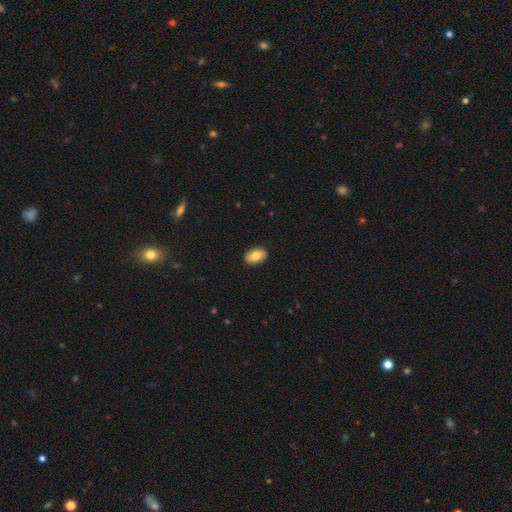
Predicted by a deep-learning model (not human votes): This is clearly a smooth galaxy (80%). How rounded: clearly in between (89%). Merging: clearly none (89%).